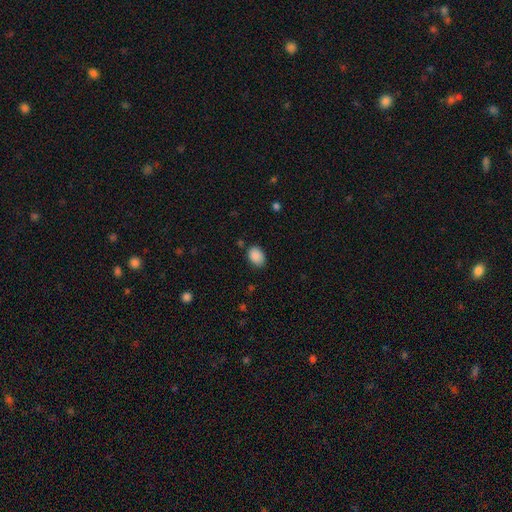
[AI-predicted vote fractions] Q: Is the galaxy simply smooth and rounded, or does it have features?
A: smooth — 89%.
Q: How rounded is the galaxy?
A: in between — 79%.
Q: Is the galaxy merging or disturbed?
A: none — 77%.